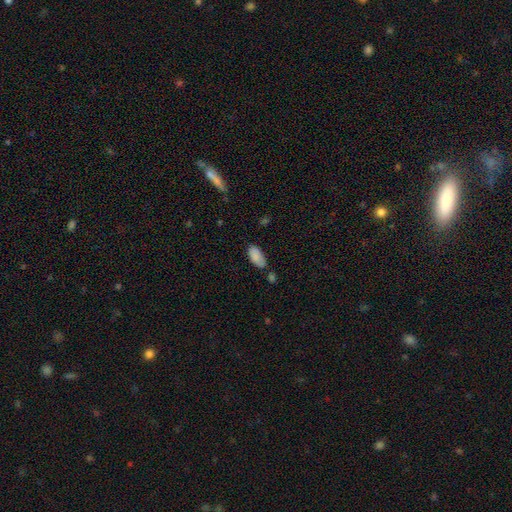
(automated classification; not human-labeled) Smooth or featured: smooth — 85% (featured or disk — 8%)
How rounded: in between — 92% (cigar-shaped — 5%)
Merging: none — 62% (minor disturbance — 25%)